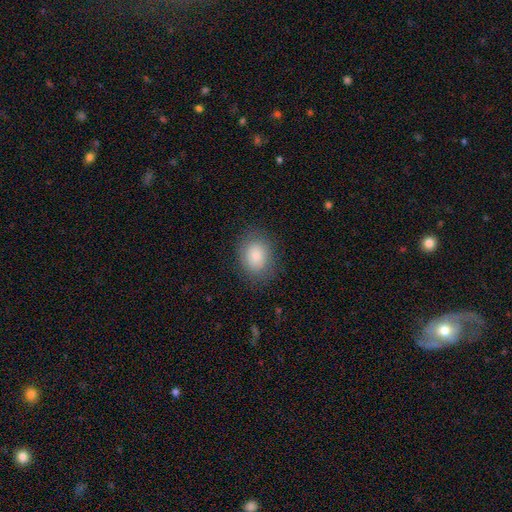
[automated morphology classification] This appears to be a smooth galaxy with no disk features (83%) that is in between round and cigar-shaped (57%). Merging: none (81%).